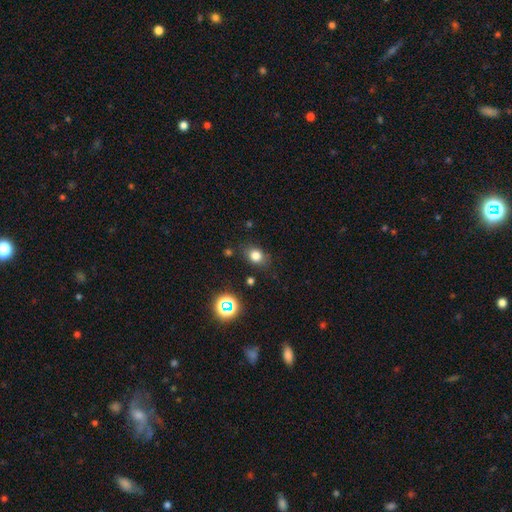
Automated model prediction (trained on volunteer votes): Morphology: type=smooth (77%); roundness=in between (56%); merging=none (79%).